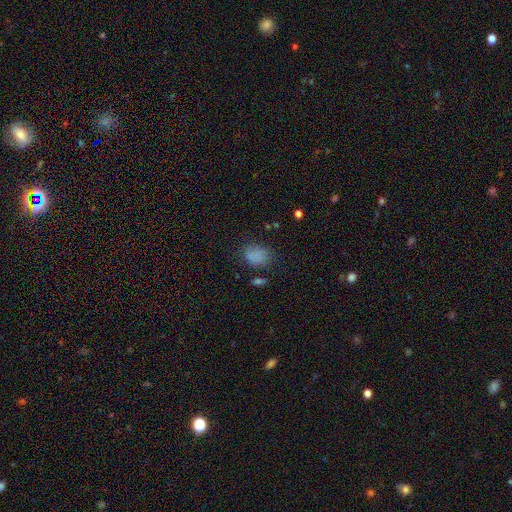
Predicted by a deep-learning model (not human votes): This is likely a smooth galaxy (80%). How rounded: likely in between (67%). Merging: likely none (63%).